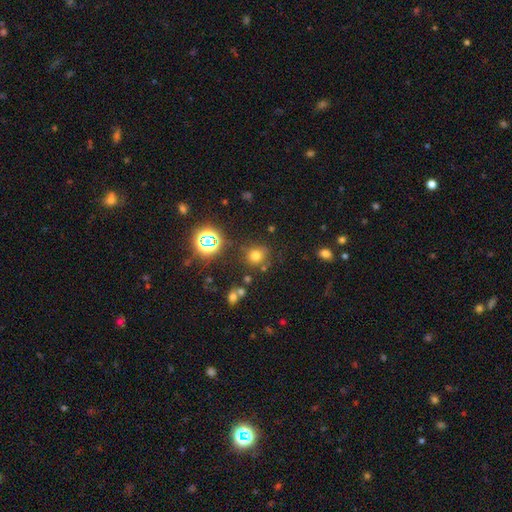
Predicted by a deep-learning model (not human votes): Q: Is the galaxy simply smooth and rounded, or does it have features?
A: smooth — 67%.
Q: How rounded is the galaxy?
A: round — 85%.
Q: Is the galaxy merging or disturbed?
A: none — 74%.